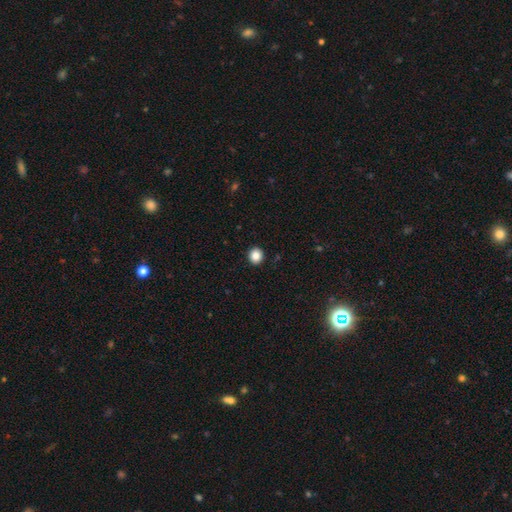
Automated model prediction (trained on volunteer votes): smooth-or-featured: smooth: 86% | star or artifact: 10% | featured or disk: 4%
  how-rounded: round: 88% | in between: 11% | cigar-shaped: 1%
  merging: none: 93% | minor disturbance: 5% | major disturbance: 2% | merger: 1%